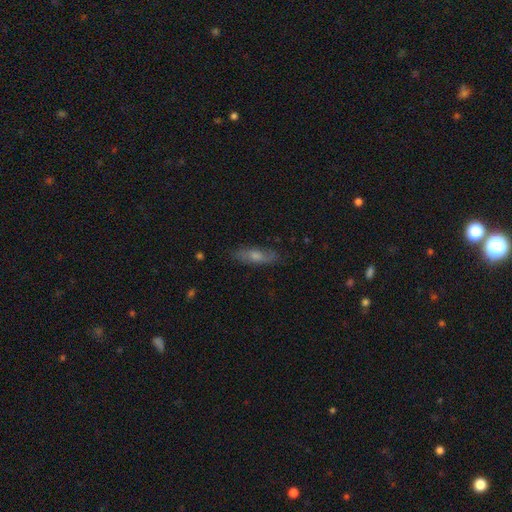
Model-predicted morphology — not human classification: smooth 49%, featured or disk 41%, star or artifact 10%. Down the decision tree: merging — none (83%).